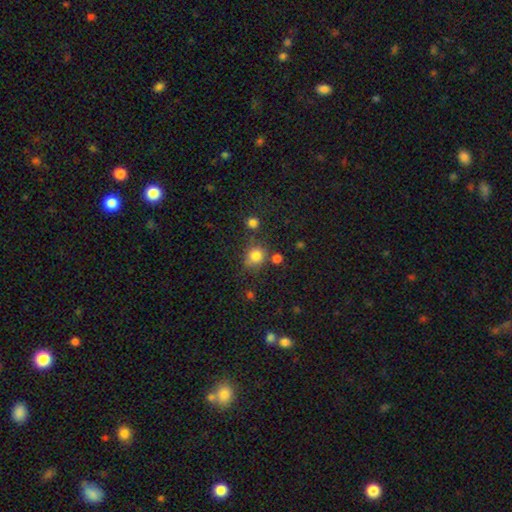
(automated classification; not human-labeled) Overall: smooth (80%). How rounded: round (82%). Merging: none (66%).